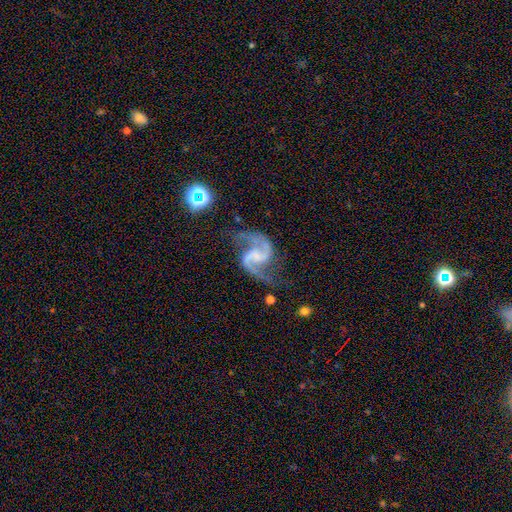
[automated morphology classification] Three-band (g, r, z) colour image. It shows a featured or disk galaxy (92%) with a weak bar (46%), 2 (94%) medium (50%) spiral arms (98%) and no central bulge (51%). Merging: none (71%).